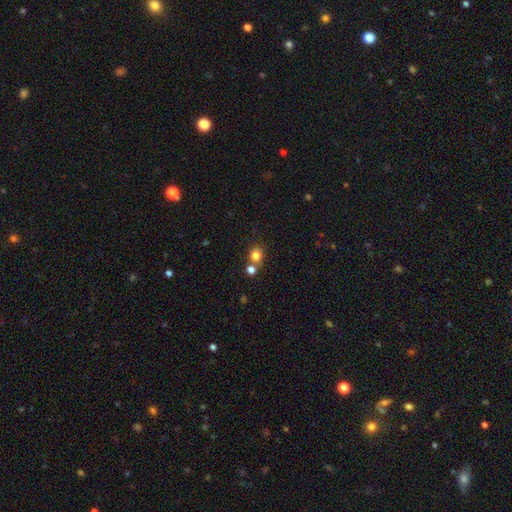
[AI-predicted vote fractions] smooth 81%, star or artifact 13%, featured or disk 7%. Down the decision tree: how rounded — round (80%); merging — none (64%).